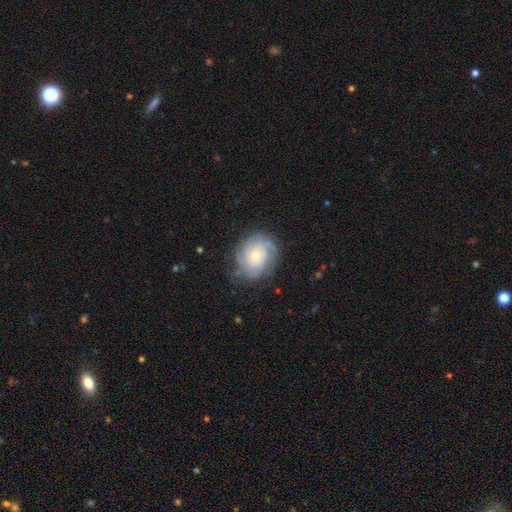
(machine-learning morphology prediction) Smooth or featured? featured or disk (81%)
Edge-on disk? no (98%)
Bar? no (76%)
Spiral arms? yes (95%)
Spiral winding? tight (70%)
Spiral arm count? can't tell (32%)
Bulge size? small (48%)
Merging? none (75%)